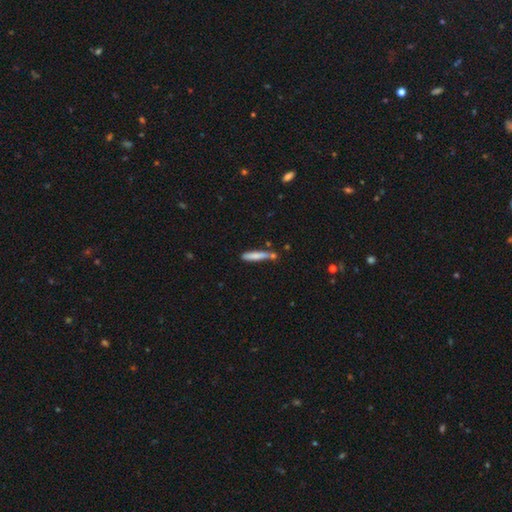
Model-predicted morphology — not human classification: Q: Smooth or featured?
A: smooth (75%); runner-up: featured or disk (19%)
Q: How rounded?
A: cigar-shaped (91%); runner-up: in between (8%)
Q: Merging?
A: none (63%); runner-up: minor disturbance (20%)